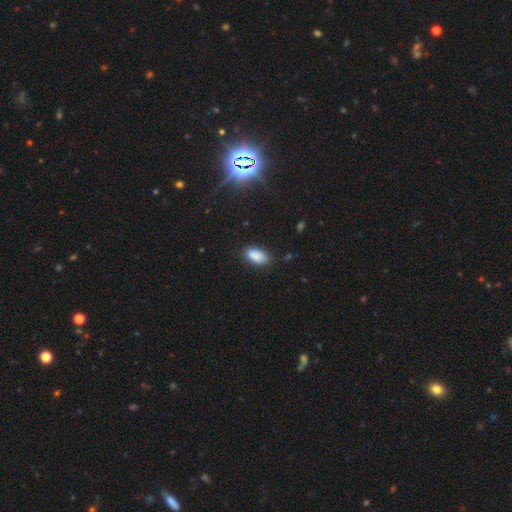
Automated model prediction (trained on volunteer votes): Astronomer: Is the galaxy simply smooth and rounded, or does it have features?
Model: smooth — 86%.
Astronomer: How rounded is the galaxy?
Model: in between — 92%.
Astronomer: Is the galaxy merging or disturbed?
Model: none — 74%.